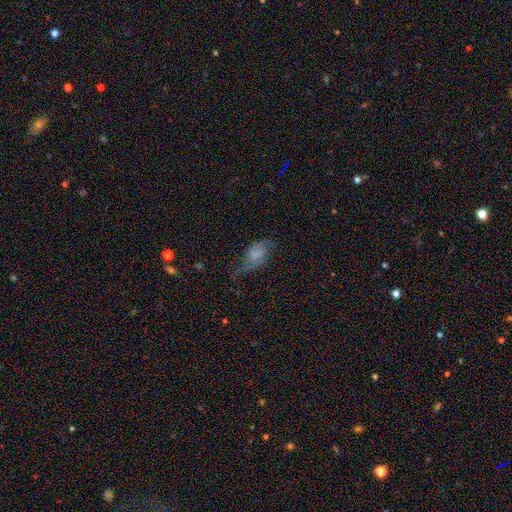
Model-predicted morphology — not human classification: featured or disk 63%, smooth 27%, star or artifact 10%. Down the decision tree: edge-on disk — no (95%); bar — no (56%); spiral arms — yes (88%); spiral arm count — 2 (88%); spiral winding — loose (61%); bulge size — none (55%); merging — none (50%).